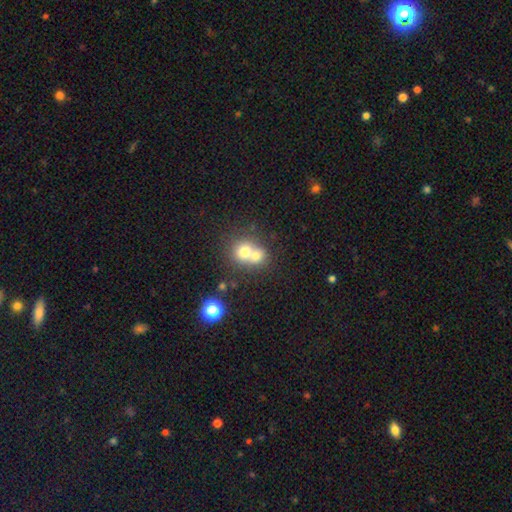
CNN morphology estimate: Smooth or featured? smooth (69%)
How rounded? round (73%)
Merging? merger (68%)